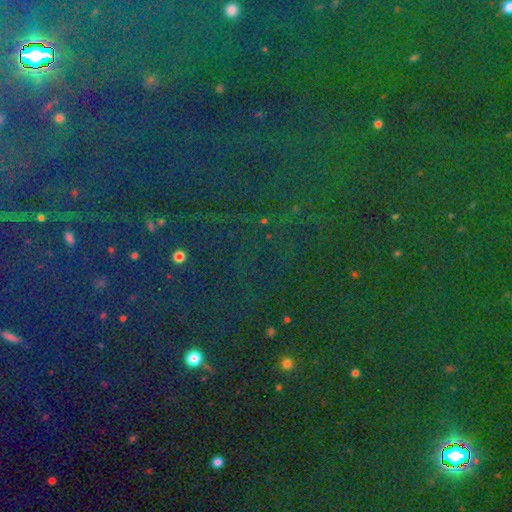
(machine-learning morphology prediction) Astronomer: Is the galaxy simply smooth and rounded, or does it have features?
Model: star or artifact — 81%.